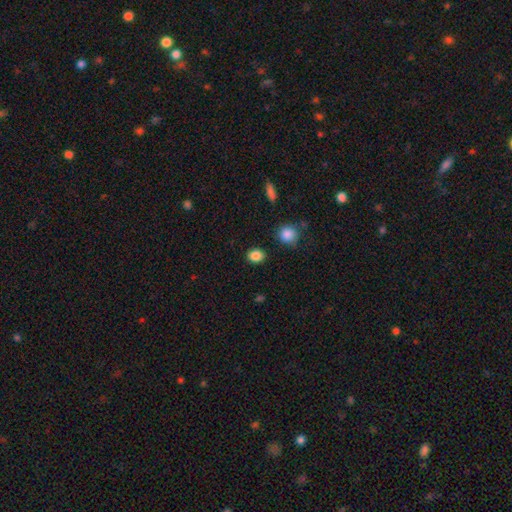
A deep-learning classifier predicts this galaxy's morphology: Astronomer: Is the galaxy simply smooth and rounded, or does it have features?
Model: smooth — 86%.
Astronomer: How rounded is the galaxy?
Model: round — 60% (runner-up: in between, 39%).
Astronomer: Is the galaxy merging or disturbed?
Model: none — 87%.